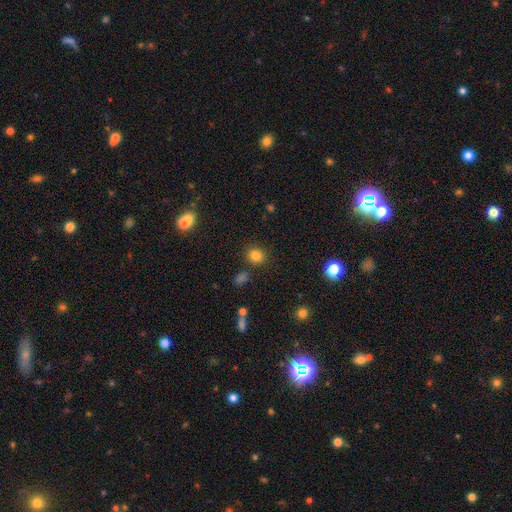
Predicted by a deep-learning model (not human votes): Morphology: type=smooth (81%); roundness=round (81%); merging=none (84%).